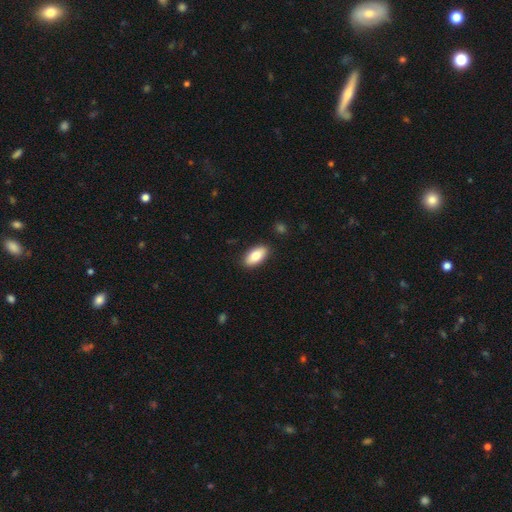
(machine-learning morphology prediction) Smooth or featured? Predicted: smooth (p=0.82). How rounded? Predicted: in between (p=0.90). Merging? Predicted: none (p=0.88).